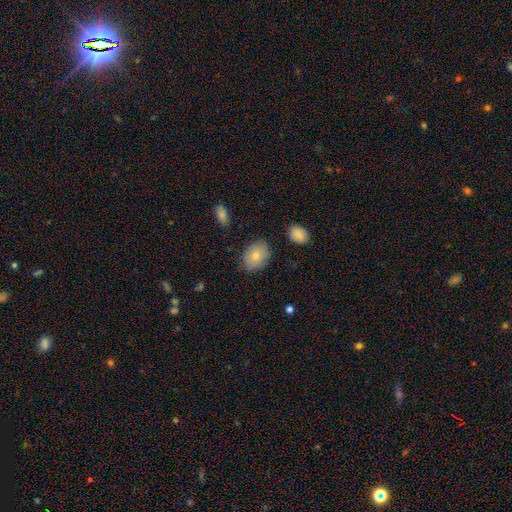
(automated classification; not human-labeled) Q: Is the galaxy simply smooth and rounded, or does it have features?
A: smooth — 78%.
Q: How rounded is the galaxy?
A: in between — 70%.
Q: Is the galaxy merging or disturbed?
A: none — 79%.